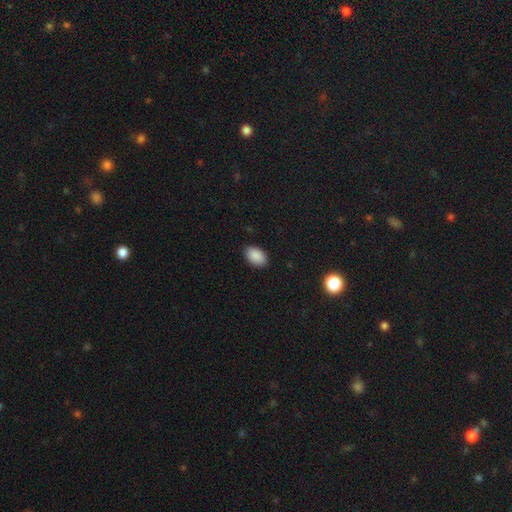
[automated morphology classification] Overall: smooth (90%). How rounded: in between (90%). Merging: none (89%).